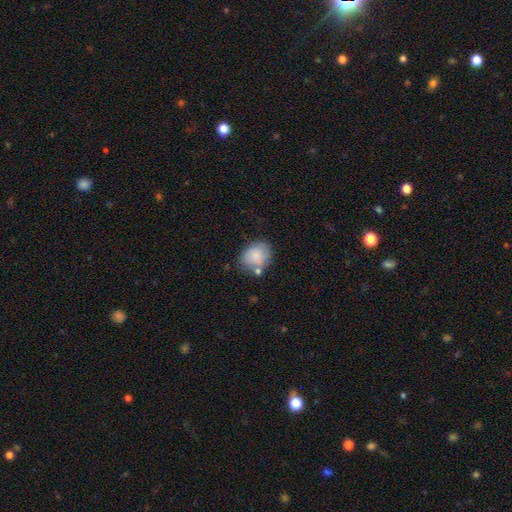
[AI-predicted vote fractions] Smooth or featured: smooth — 78% (featured or disk — 15%)
How rounded: round — 54% (in between — 45%)
Merging: none — 61% (minor disturbance — 21%)